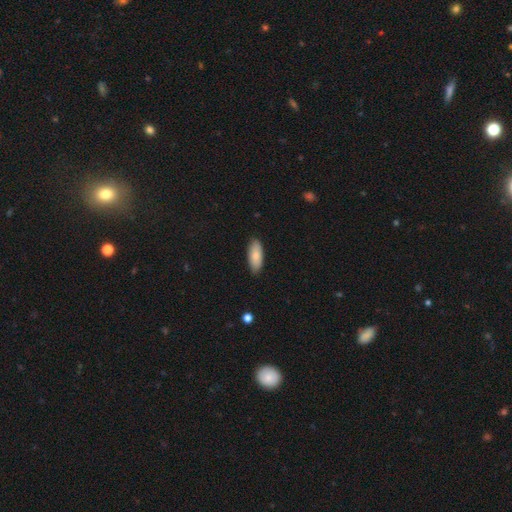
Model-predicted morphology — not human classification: Smooth or featured? smooth (83%)
How rounded? in between (82%)
Merging? none (87%)